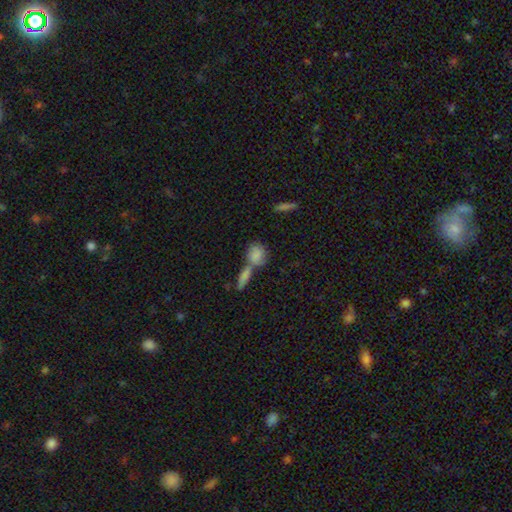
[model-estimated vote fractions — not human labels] smooth_or_featured: smooth (p=0.81) [alt: featured or disk p=0.11]
how_rounded: in between (p=0.48) [alt: round p=0.43]
merging: merger (p=0.49) [alt: none p=0.37]